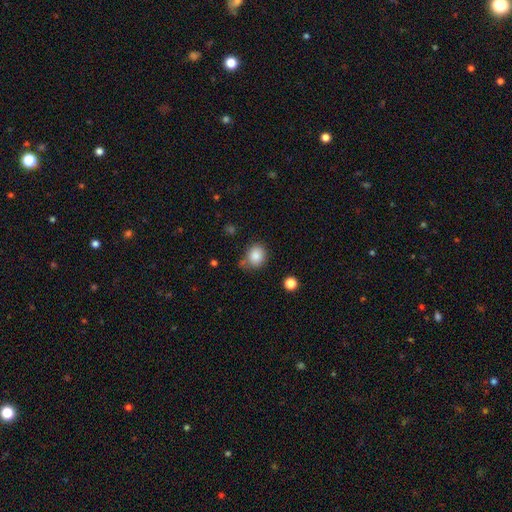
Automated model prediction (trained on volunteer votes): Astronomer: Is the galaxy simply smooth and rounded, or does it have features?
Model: smooth — 85%.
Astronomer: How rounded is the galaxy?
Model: round — 68%.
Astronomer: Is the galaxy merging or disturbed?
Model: none — 67%.